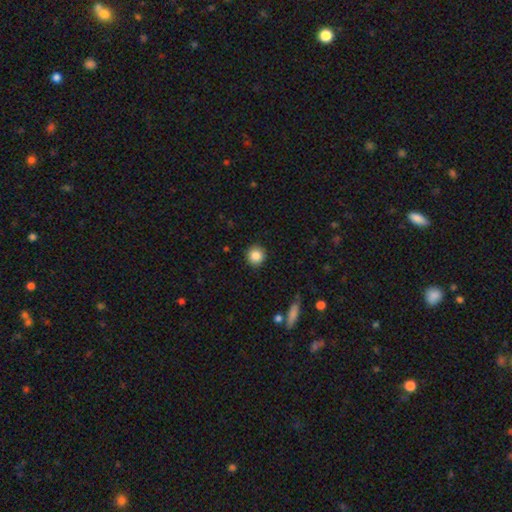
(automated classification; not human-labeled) Overall: smooth (85%). How rounded: round (94%). Merging: none (92%).